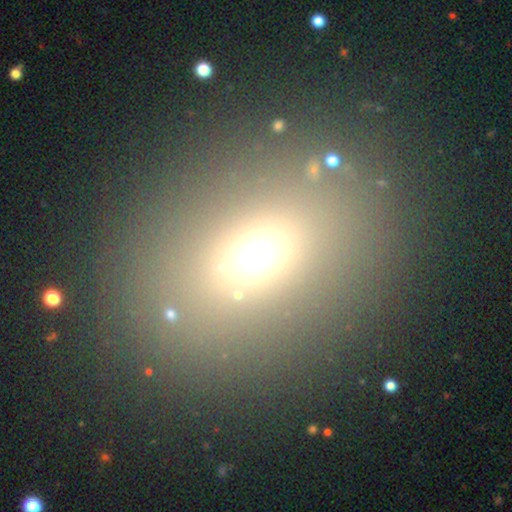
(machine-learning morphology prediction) smooth 62%, star or artifact 24%, featured or disk 13%. Down the decision tree: how rounded — in between (63%); merging — none (74%).